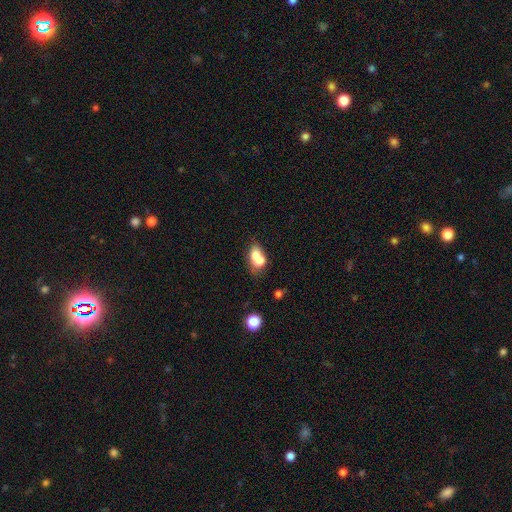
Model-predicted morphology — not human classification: smooth 66%, featured or disk 23%, star or artifact 10%. Down the decision tree: how rounded — in between (60%); merging — merger (61%).